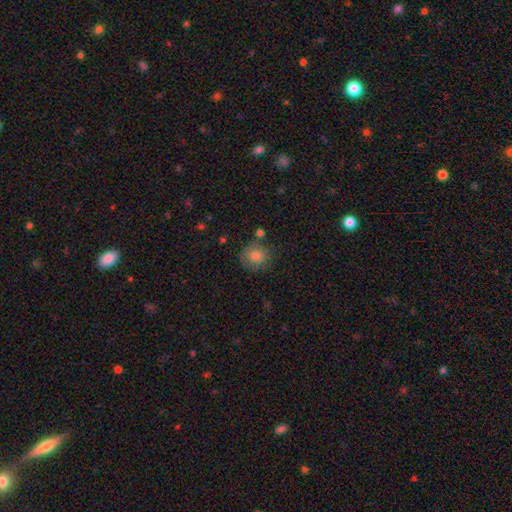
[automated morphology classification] Smooth or featured? Predicted: smooth (p=0.79). How rounded? Predicted: round (p=0.80). Merging? Predicted: none (p=0.74).